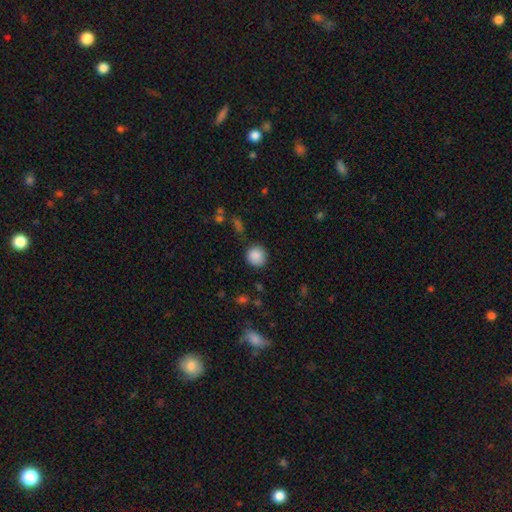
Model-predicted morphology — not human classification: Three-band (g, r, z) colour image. It shows a smooth galaxy with no disk features (87%) that is round (90%). Merging: none (83%).